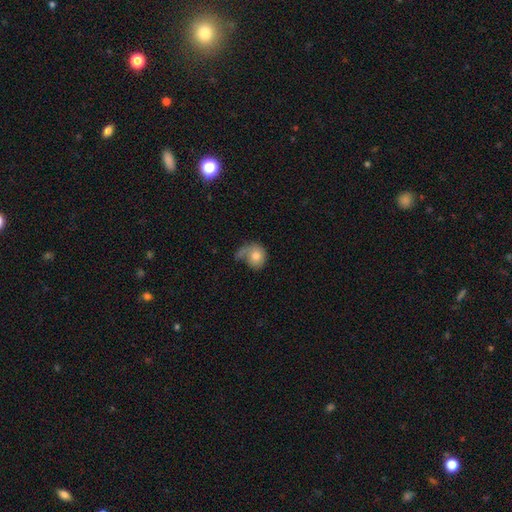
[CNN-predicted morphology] A smooth galaxy with no disk features (68%) that is round (71%). Merging: major disturbance (35%).